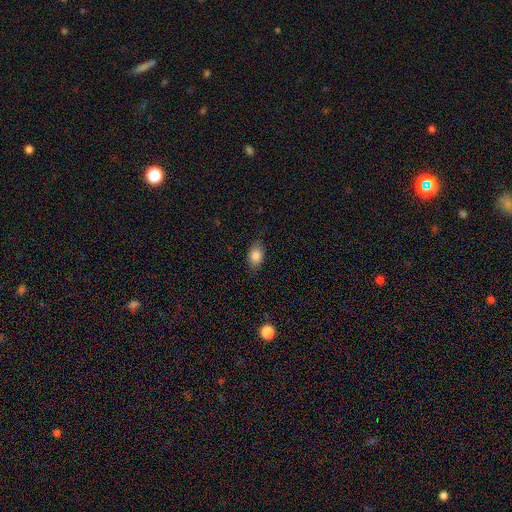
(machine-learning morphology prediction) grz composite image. It shows a smooth galaxy with no disk features (85%) that is in between round and cigar-shaped (80%). Merging: none (78%).